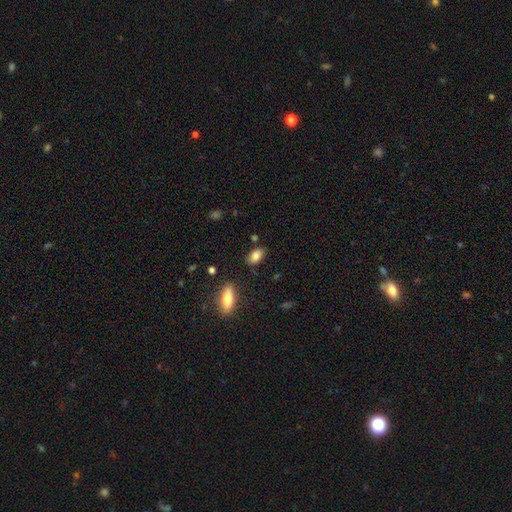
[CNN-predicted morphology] Smooth or featured? smooth (83%)
How rounded? in between (89%)
Merging? none (80%)